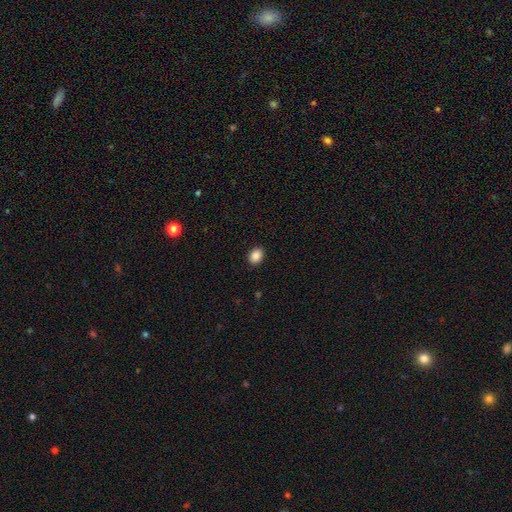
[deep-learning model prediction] This is clearly a smooth galaxy (88%). How rounded: likely in between (63%). Merging: clearly none (91%).